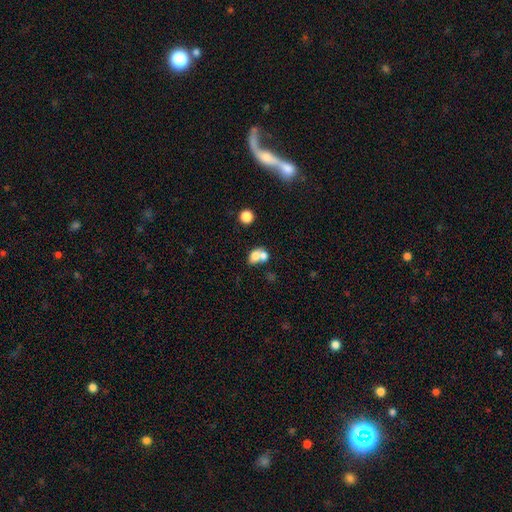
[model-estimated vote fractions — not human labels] smooth-or-featured: smooth: 71% | featured or disk: 19% | star or artifact: 11%
  how-rounded: in between: 59% | round: 39% | cigar-shaped: 2%
  merging: merger: 63% | none: 25% | minor disturbance: 7% | major disturbance: 5%